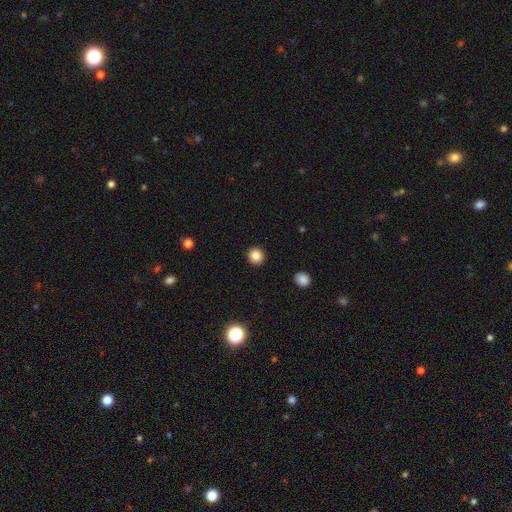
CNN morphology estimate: Q: Smooth or featured?
A: smooth (85%); runner-up: star or artifact (11%)
Q: How rounded?
A: round (93%); runner-up: in between (6%)
Q: Merging?
A: none (92%); runner-up: minor disturbance (5%)